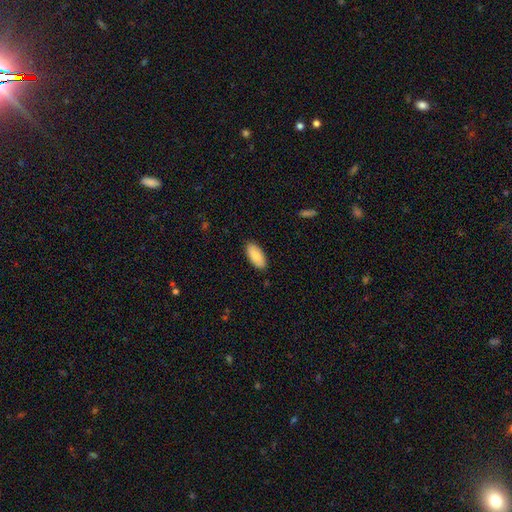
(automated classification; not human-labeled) Smooth or featured?
  - smooth: 84% *
  - featured or disk: 10%
  - star or artifact: 6%
How rounded?
  - in between: 92% *
  - cigar-shaped: 6%
  - round: 2%
Merging?
  - none: 87% *
  - minor disturbance: 10%
  - major disturbance: 2%
  - merger: 1%